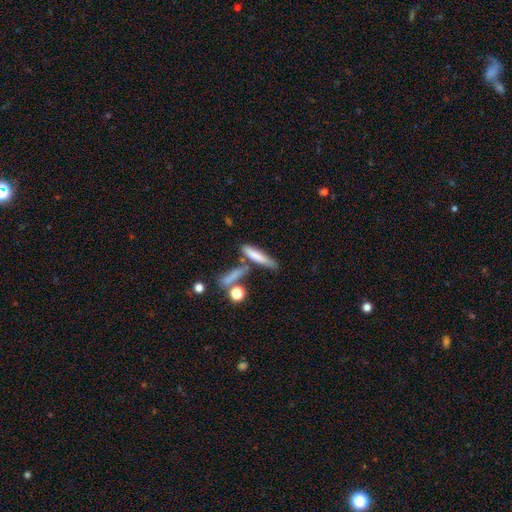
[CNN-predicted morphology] Q: Smooth or featured?
A: smooth (73%); runner-up: featured or disk (19%)
Q: How rounded?
A: cigar-shaped (80%); runner-up: in between (16%)
Q: Merging?
A: none (55%); runner-up: merger (22%)